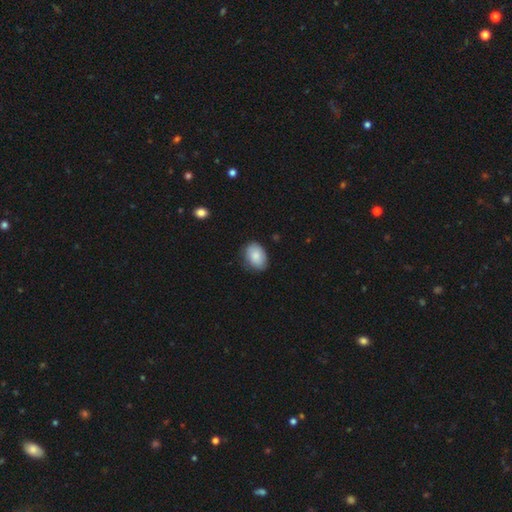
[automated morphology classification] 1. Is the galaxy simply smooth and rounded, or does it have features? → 84% smooth, 10% featured or disk, 7% star or artifact.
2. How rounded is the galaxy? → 79% in between, 20% round, 1% cigar-shaped.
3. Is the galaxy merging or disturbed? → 78% none, 18% minor disturbance, 3% major disturbance, 1% merger.